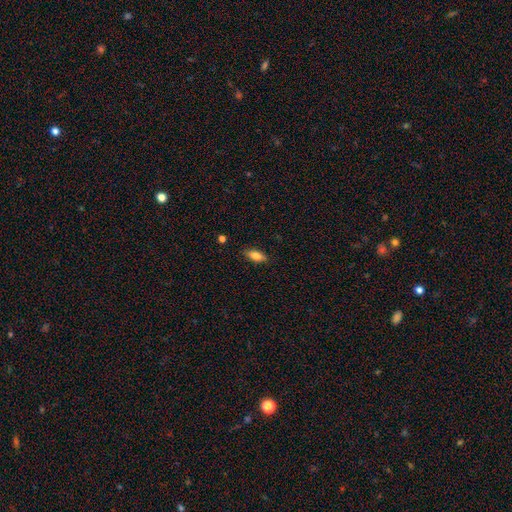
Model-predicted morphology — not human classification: smooth_or_featured: smooth (p=0.82) [alt: featured or disk p=0.10]
how_rounded: in between (p=0.77) [alt: cigar-shaped p=0.20]
merging: none (p=0.86) [alt: minor disturbance p=0.10]